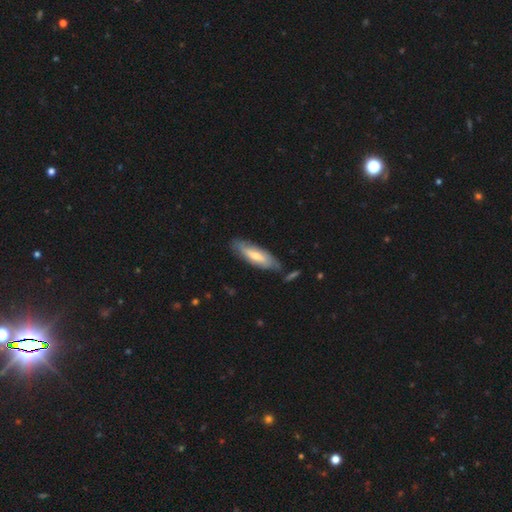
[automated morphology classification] A smooth galaxy with no disk features (54%) that is in between round and cigar-shaped (50%).

Vote fractions:
- Smooth or featured? smooth: 54% / featured or disk: 41% / star or artifact: 5%
- How rounded? in between: 50% / cigar-shaped: 49% / round: 1%
- Merging? none: 73% / minor disturbance: 18% / major disturbance: 5% / merger: 4%